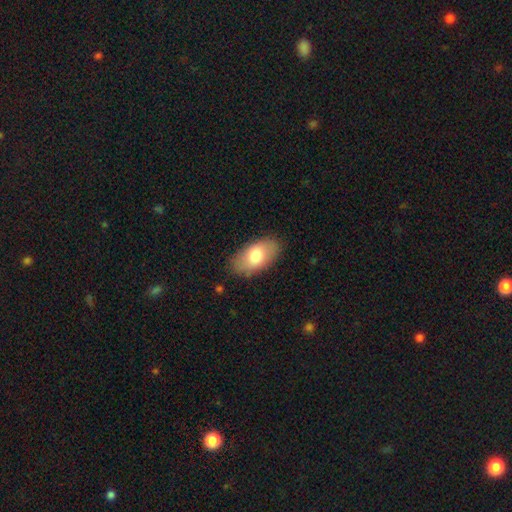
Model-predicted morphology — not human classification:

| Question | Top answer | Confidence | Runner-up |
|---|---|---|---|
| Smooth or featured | smooth | 78% | featured or disk (16%) |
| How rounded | in between | 94% | round (3%) |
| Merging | none | 83% | minor disturbance (13%) |